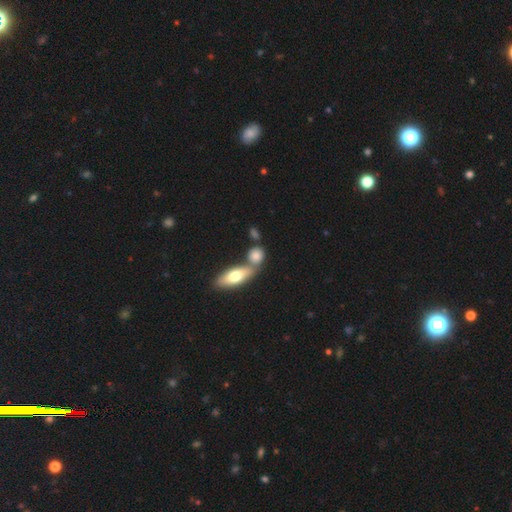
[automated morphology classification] Overall: smooth (77%). How rounded: round (46%; in between 43%). Merging: none (50%; merger 37%).